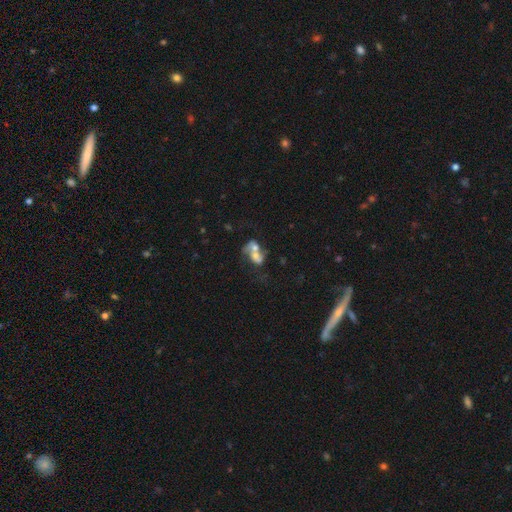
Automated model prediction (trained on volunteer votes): A smooth galaxy with no disk features (45%).

Vote fractions:
- Smooth or featured? smooth: 45% / featured or disk: 44% / star or artifact: 11%
- Merging? merger: 71% / none: 13% / major disturbance: 9% / minor disturbance: 6%